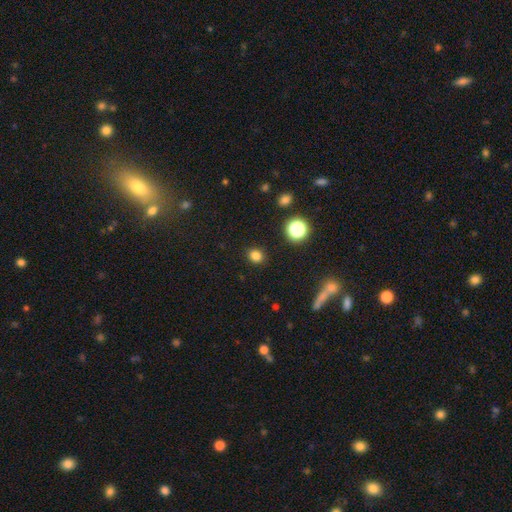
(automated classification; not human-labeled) smooth-or-featured: smooth: 80% | star or artifact: 15% | featured or disk: 5%
  how-rounded: round: 70% | in between: 28% | cigar-shaped: 1%
  merging: none: 89% | minor disturbance: 7% | major disturbance: 2% | merger: 1%